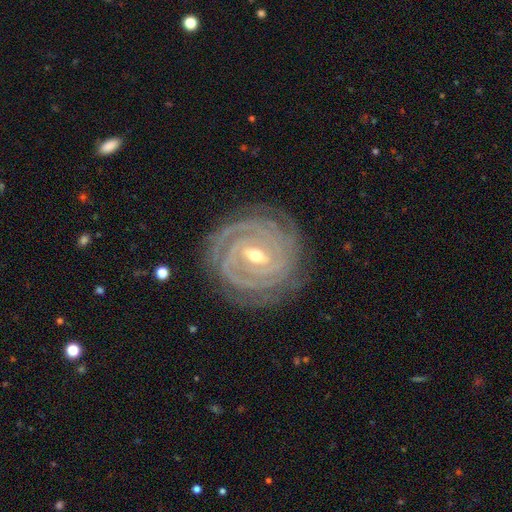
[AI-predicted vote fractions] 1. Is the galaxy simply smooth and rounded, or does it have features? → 92% featured or disk, 4% star or artifact, 4% smooth.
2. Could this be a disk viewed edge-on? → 97% no, 3% yes.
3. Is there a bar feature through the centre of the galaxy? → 45% weak, 41% strong, 14% no.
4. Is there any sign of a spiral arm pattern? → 98% yes, 2% no.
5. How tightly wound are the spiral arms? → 89% tight, 10% medium, 2% loose.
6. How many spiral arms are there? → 23% can't tell, 22% 3, 20% 4, 19% 2, 9% more than 4, 7% 1.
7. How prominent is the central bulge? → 51% moderate, 46% small, 2% large, 1% none, 1% dominant.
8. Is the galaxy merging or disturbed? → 81% none, 14% minor disturbance, 4% major disturbance, 1% merger.